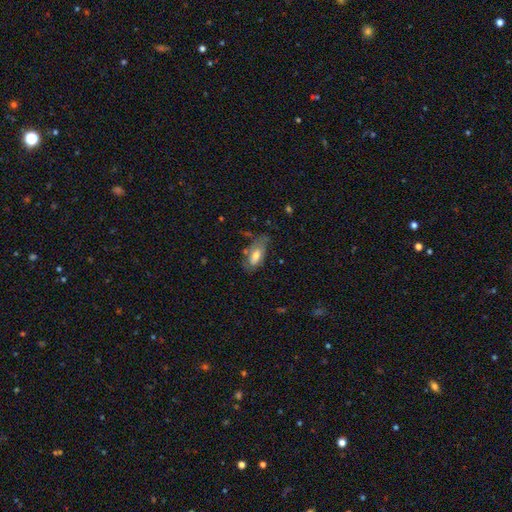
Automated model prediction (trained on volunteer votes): Smooth or featured?
  - smooth: 59% *
  - featured or disk: 34%
  - star or artifact: 7%
How rounded?
  - in between: 87% *
  - cigar-shaped: 10%
  - round: 3%
Merging?
  - none: 55% *
  - minor disturbance: 29%
  - major disturbance: 11%
  - merger: 5%